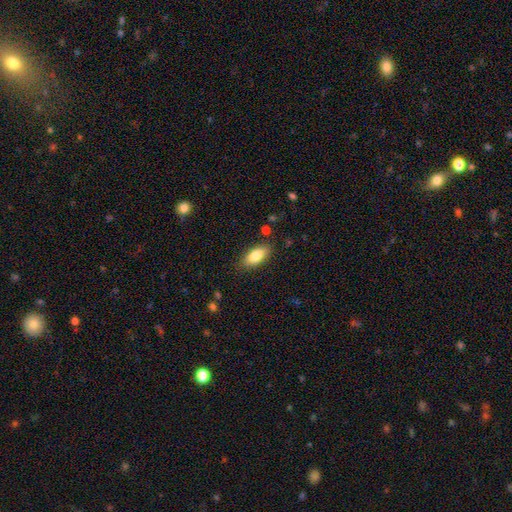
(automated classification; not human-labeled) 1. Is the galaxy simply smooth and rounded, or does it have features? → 83% smooth, 10% featured or disk, 7% star or artifact.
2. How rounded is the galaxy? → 84% in between, 14% cigar-shaped, 2% round.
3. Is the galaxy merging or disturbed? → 85% none, 11% minor disturbance, 3% major disturbance, 2% merger.